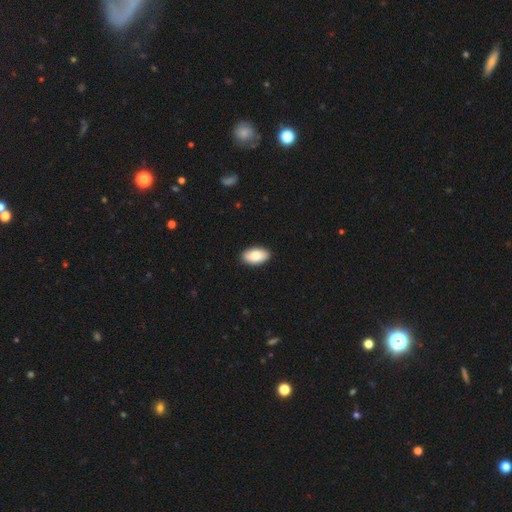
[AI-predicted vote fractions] A smooth galaxy with no disk features (84%) that is in between round and cigar-shaped (95%).

Vote fractions:
- Smooth or featured? smooth: 84% / featured or disk: 10% / star or artifact: 6%
- How rounded? in between: 95% / round: 4% / cigar-shaped: 2%
- Merging? none: 91% / minor disturbance: 7% / major disturbance: 2% / merger: 1%